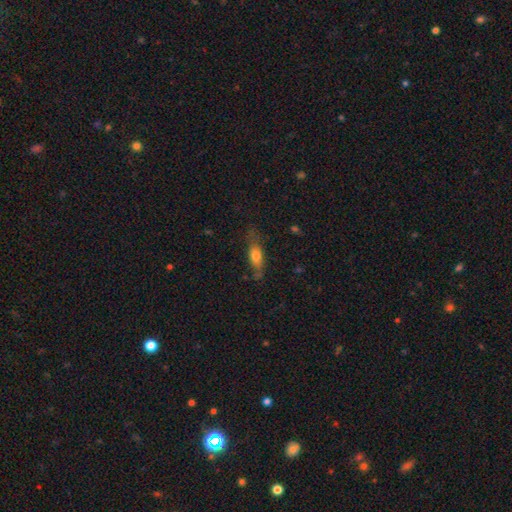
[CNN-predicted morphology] This appears to be a smooth galaxy with no disk features (66%) that is in between round and cigar-shaped (62%). Merging: none (59%).